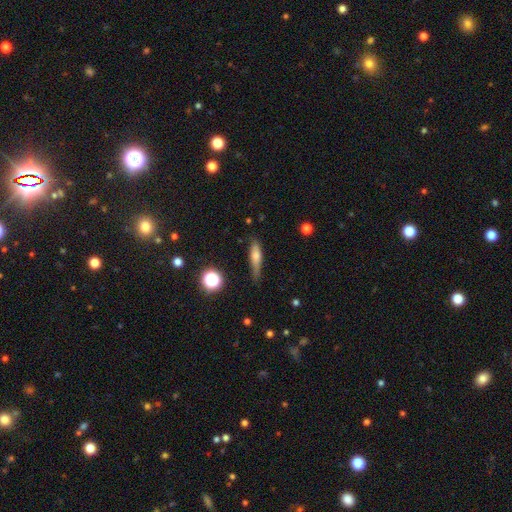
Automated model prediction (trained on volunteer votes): Morphology: type=smooth (60%); roundness=cigar-shaped (69%); merging=none (70%).